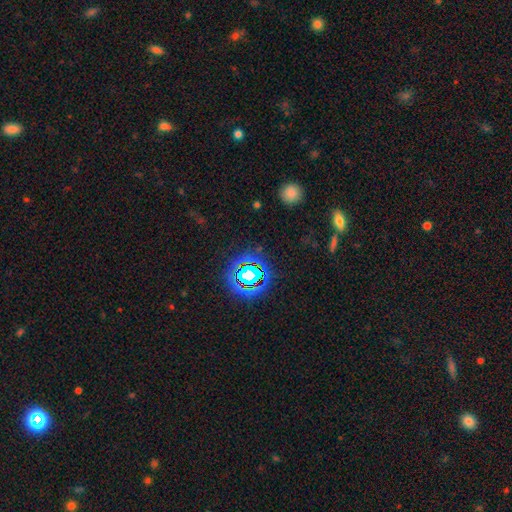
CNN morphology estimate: This is likely a star or artifact rather than a galaxy (69%).